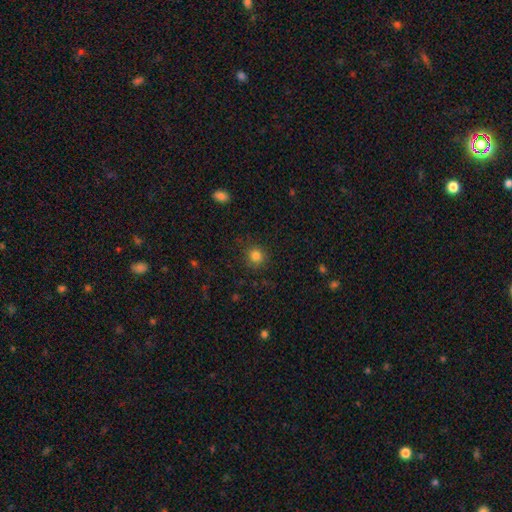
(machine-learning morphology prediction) type=smooth (83%); roundness=round (90%); merging=none (88%).